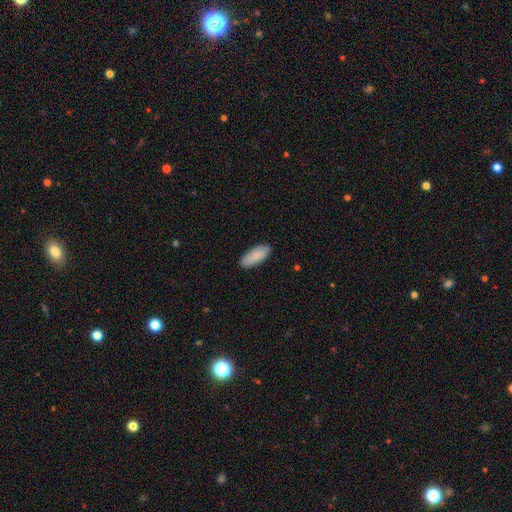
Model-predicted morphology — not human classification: Overall: smooth (86%). How rounded: in between (87%). Merging: none (85%).